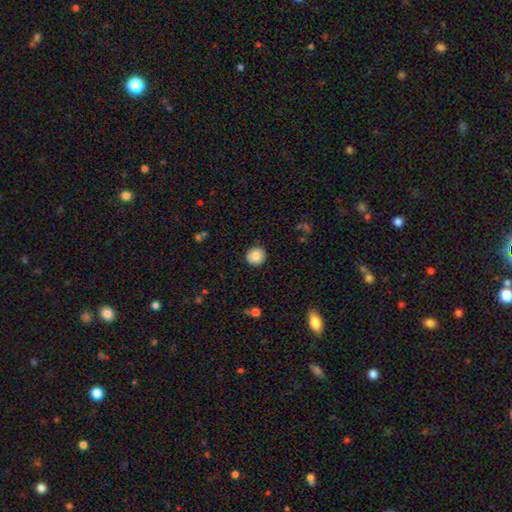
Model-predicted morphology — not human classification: type=smooth (81%); roundness=round (92%); merging=none (91%).